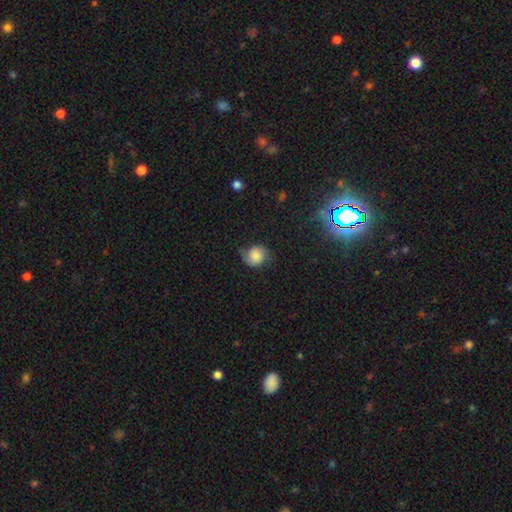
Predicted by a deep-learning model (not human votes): Smooth or featured?
  - smooth: 60% *
  - featured or disk: 30%
  - star or artifact: 10%
How rounded?
  - round: 74% *
  - in between: 25%
  - cigar-shaped: 1%
Merging?
  - none: 58% *
  - minor disturbance: 28%
  - major disturbance: 13%
  - merger: 1%